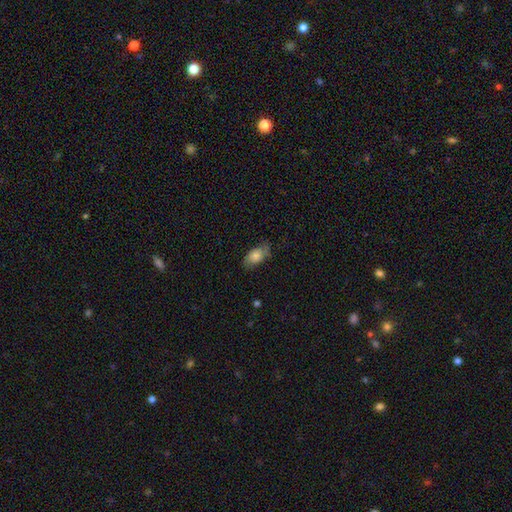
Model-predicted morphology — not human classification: The model was most divided on "merging": none: 66%, minor disturbance: 25%, major disturbance: 8%, merger: 1%. More confident: how rounded — in between (89%); smooth or featured — smooth (75%).